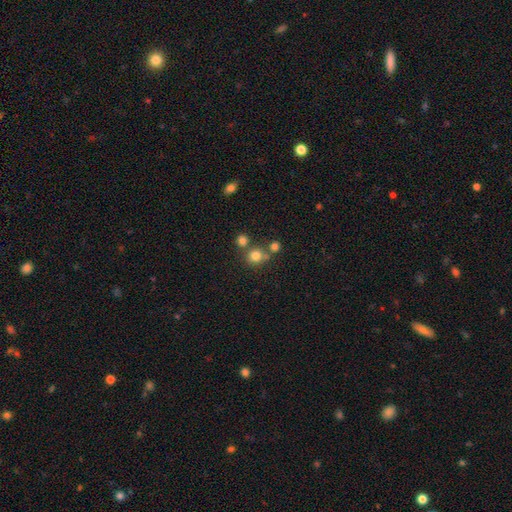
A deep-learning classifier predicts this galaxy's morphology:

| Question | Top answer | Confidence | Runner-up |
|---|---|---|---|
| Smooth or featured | smooth | 76% | star or artifact (16%) |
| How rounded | round | 88% | in between (11%) |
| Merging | none | 65% | merger (23%) |